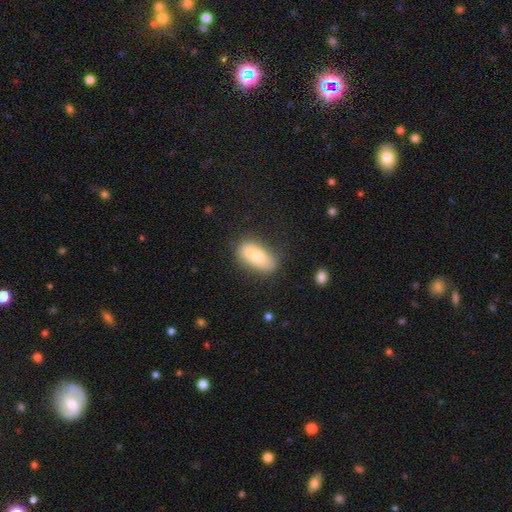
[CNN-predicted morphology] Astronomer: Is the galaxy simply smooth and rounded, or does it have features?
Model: smooth — 67%.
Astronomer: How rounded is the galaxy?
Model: in between — 86%.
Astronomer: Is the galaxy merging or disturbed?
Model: none — 41% (runner-up: merger, 37%).